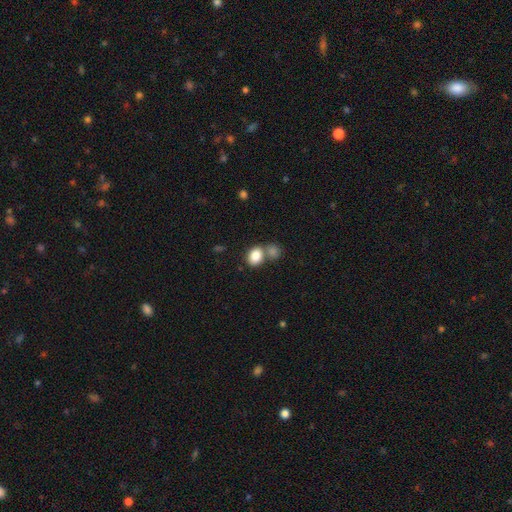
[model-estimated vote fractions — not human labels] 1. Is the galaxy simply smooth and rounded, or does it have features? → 84% smooth, 9% star or artifact, 7% featured or disk.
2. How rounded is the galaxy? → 64% in between, 35% round, 1% cigar-shaped.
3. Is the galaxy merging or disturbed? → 48% none, 38% merger, 10% minor disturbance, 4% major disturbance.